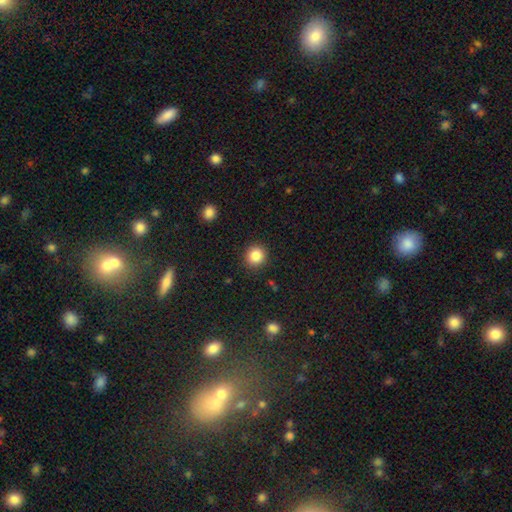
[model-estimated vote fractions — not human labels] Smooth or featured: smooth — 85% (star or artifact — 10%)
How rounded: round — 91% (in between — 8%)
Merging: none — 90% (minor disturbance — 6%)